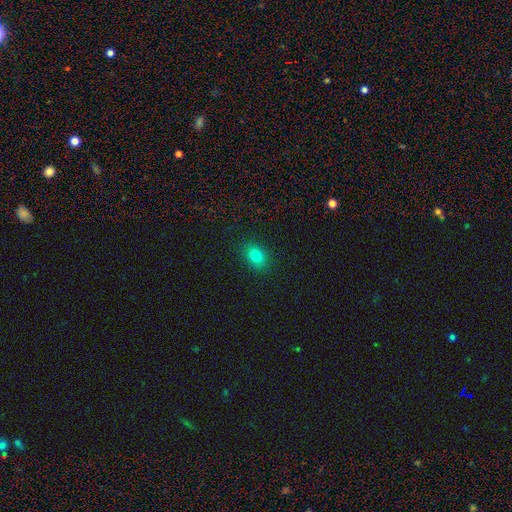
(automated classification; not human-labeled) This appears to be a smooth galaxy with no disk features (80%) that is in between round and cigar-shaped (68%). Merging: none (89%).